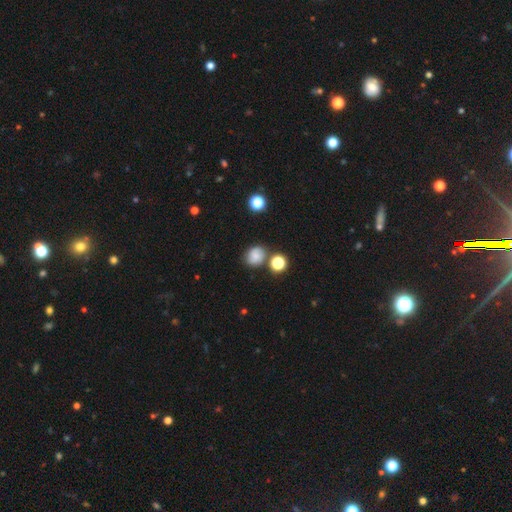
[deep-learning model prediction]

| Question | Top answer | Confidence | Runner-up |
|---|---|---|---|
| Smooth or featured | smooth | 74% | star or artifact (14%) |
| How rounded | round | 65% | in between (34%) |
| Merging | none | 70% | minor disturbance (15%) |